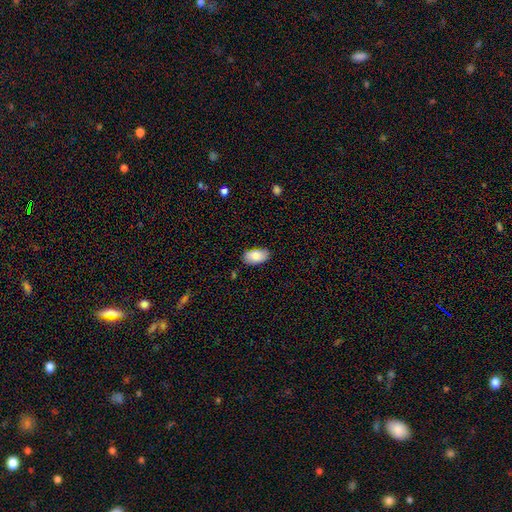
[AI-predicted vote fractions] Smooth or featured? smooth (84%)
How rounded? in between (95%)
Merging? none (83%)